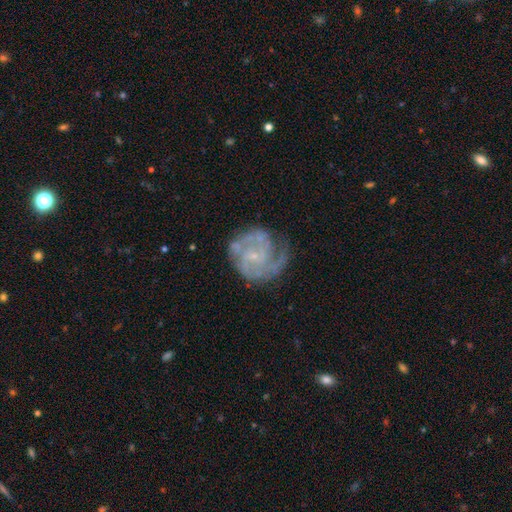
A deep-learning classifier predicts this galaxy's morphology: smooth-or-featured: featured or disk: 83% | smooth: 10% | star or artifact: 6%
  disk-edge-on: no: 98% | yes: 2%
    bar: no: 64% | weak: 31% | strong: 6%
    has-spiral-arms: yes: 93% | no: 7%
      spiral-winding: tight: 49% | medium: 40% | loose: 12%
      spiral-arm-count: 2: 31% | can't tell: 25% | 3: 25% | 4: 7% | 1: 6% | more than 4: 5%
    bulge-size: small: 76% | moderate: 12% | none: 10% | large: 1% | dominant: 1%
  merging: none: 62% | minor disturbance: 22% | major disturbance: 14% | merger: 2%